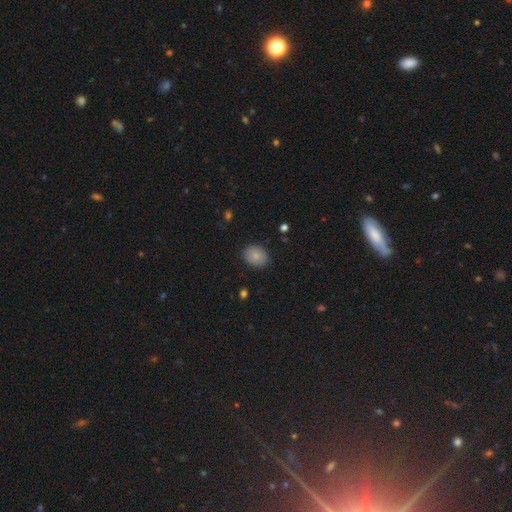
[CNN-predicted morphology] Overall: smooth (83%). How rounded: round (50%; in between 49%). Merging: none (85%).